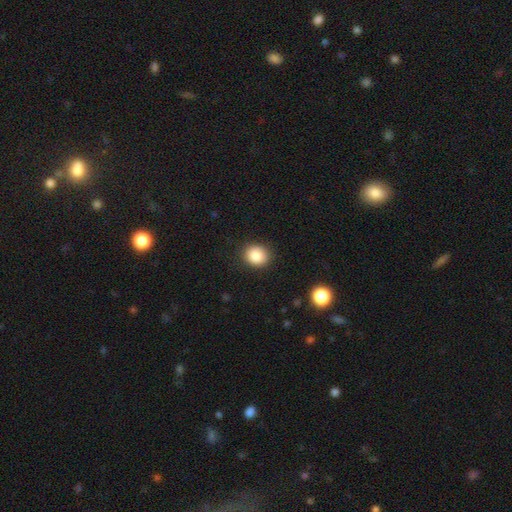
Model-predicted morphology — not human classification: smooth-or-featured: smooth: 87% | star or artifact: 9% | featured or disk: 4%
  how-rounded: round: 75% | in between: 24% | cigar-shaped: 1%
  merging: none: 88% | minor disturbance: 8% | major disturbance: 2% | merger: 1%